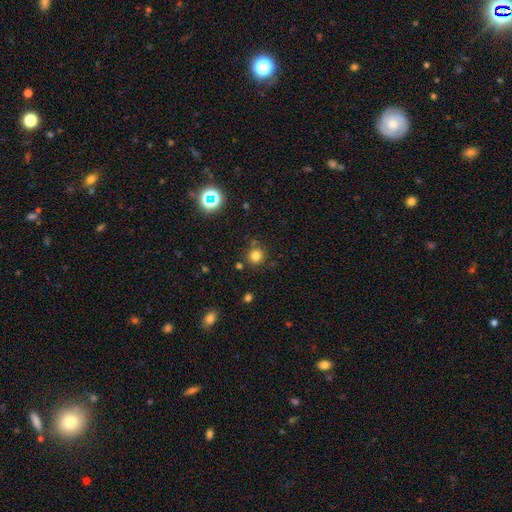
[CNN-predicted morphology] type=smooth (79%); roundness=round (93%); merging=none (82%).